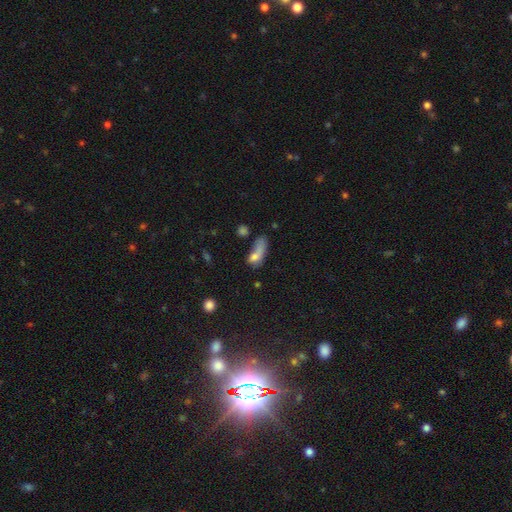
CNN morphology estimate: A smooth galaxy with no disk features (68%) that is in between round and cigar-shaped (62%). Merging: major disturbance (33%).